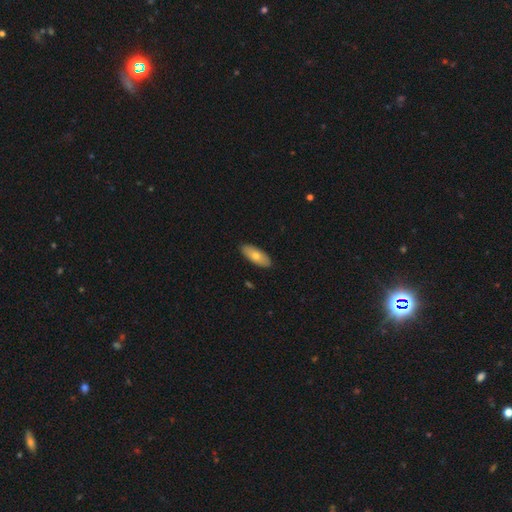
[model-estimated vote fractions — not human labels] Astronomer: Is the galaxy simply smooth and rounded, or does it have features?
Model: smooth — 68%.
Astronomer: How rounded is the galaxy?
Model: in between — 78%.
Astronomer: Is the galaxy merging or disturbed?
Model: none — 90%.